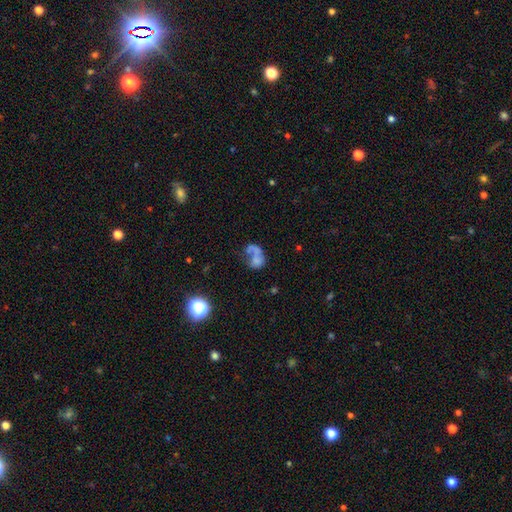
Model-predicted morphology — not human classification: smooth 47%, featured or disk 38%, star or artifact 15%. Down the decision tree: merging — merger (36%).